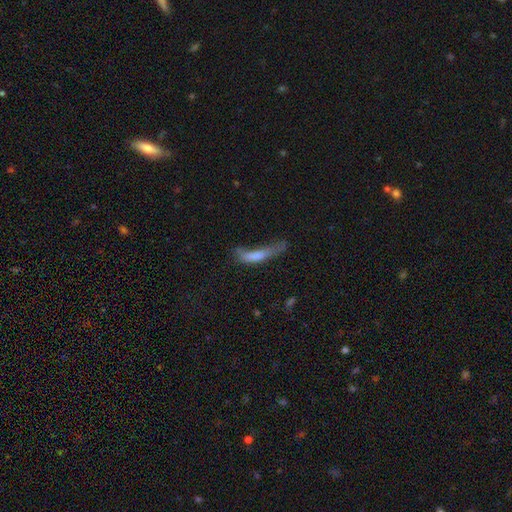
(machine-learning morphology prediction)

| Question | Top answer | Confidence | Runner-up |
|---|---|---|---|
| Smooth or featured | smooth | 44% | featured or disk (38%) |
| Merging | none | 35% | major disturbance (32%) |